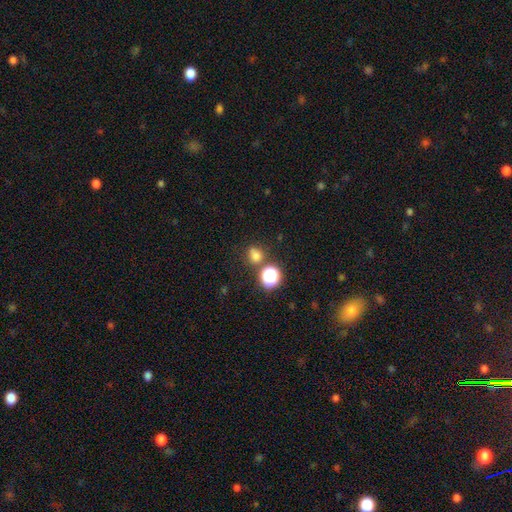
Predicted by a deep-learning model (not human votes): A smooth galaxy with no disk features (70%) that is round (71%). Merging: none (67%).